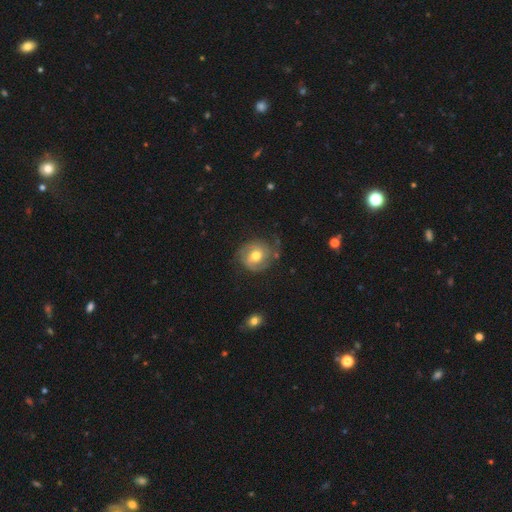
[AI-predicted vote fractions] Smooth or featured? featured or disk (68%)
Edge-on disk? no (97%)
Bar? no (57%)
Spiral arms? yes (89%)
Spiral winding? tight (49%)
Spiral arm count? 2 (69%)
Bulge size? moderate (75%)
Merging? none (66%)